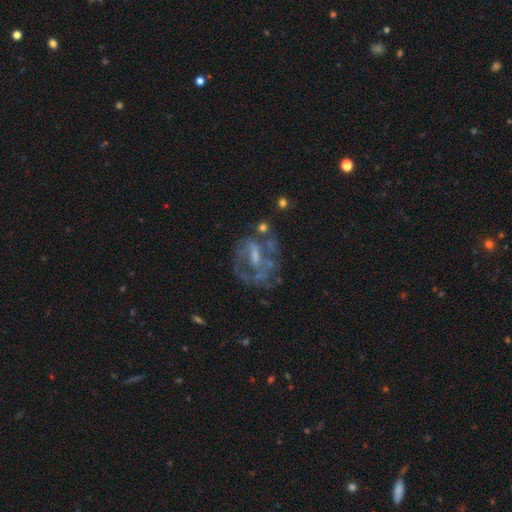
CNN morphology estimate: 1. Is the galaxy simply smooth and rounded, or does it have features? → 72% featured or disk, 17% smooth, 12% star or artifact.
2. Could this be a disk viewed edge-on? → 96% no, 4% yes.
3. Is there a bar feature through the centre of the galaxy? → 40% weak, 38% no, 22% strong.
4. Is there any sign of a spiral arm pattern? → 53% no, 47% yes.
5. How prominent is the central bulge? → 33% small, 32% none, 30% moderate, 4% large, 1% dominant.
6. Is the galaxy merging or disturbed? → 46% none, 27% major disturbance, 19% minor disturbance, 8% merger.